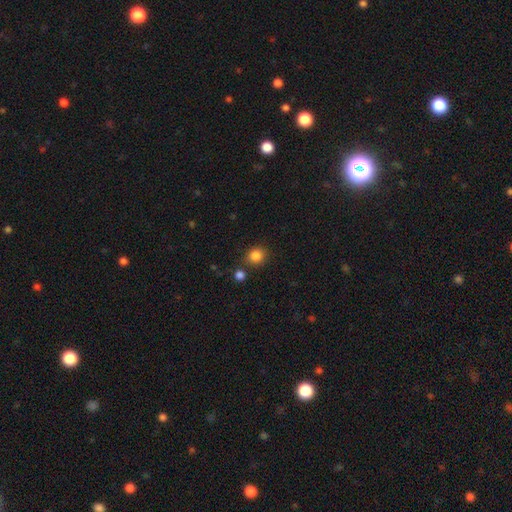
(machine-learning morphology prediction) This appears to be a smooth galaxy with no disk features (85%) that is round (80%). Merging: none (79%).